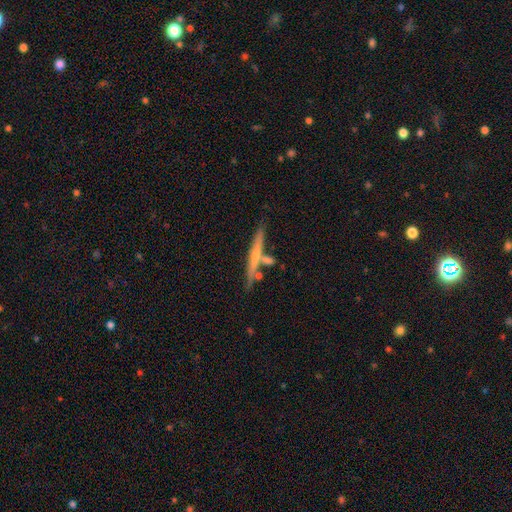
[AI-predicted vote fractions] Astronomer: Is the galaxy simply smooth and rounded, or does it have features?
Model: featured or disk — 49% (runner-up: smooth, 45%).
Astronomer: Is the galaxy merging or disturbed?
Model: none — 70%.